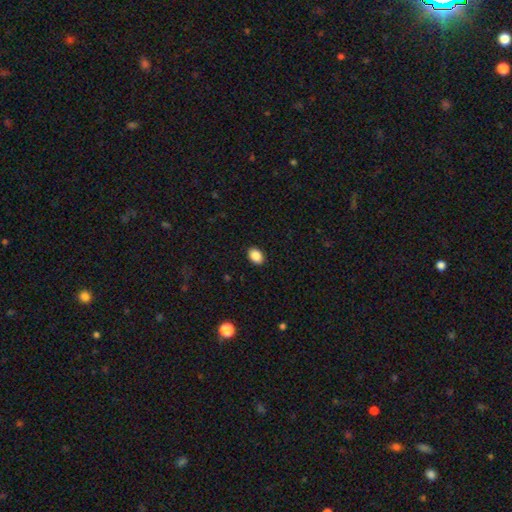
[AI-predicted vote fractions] smooth-or-featured: smooth: 88% | star or artifact: 8% | featured or disk: 4%
  how-rounded: in between: 74% | round: 25% | cigar-shaped: 1%
  merging: none: 90% | minor disturbance: 7% | major disturbance: 2% | merger: 1%